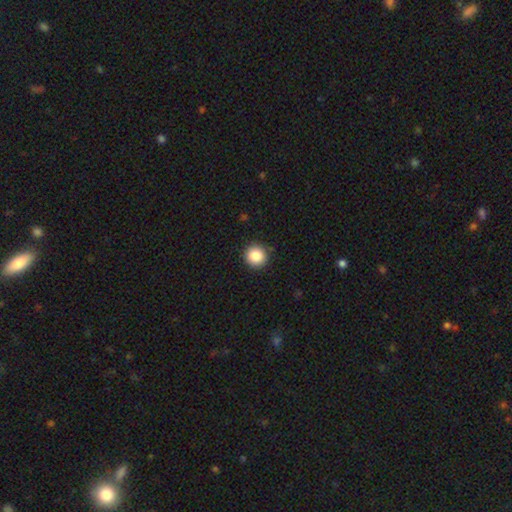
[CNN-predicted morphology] smooth-or-featured: smooth: 86% | star or artifact: 9% | featured or disk: 4%
  how-rounded: round: 94% | in between: 5% | cigar-shaped: 1%
  merging: none: 90% | minor disturbance: 7% | major disturbance: 2% | merger: 1%